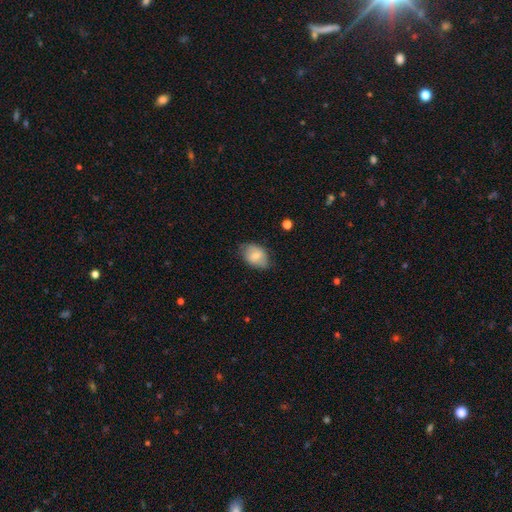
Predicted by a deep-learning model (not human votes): smooth_or_featured: smooth (p=0.70) [alt: featured or disk p=0.23]
how_rounded: in between (p=0.83) [alt: round p=0.15]
merging: none (p=0.68) [alt: minor disturbance p=0.25]